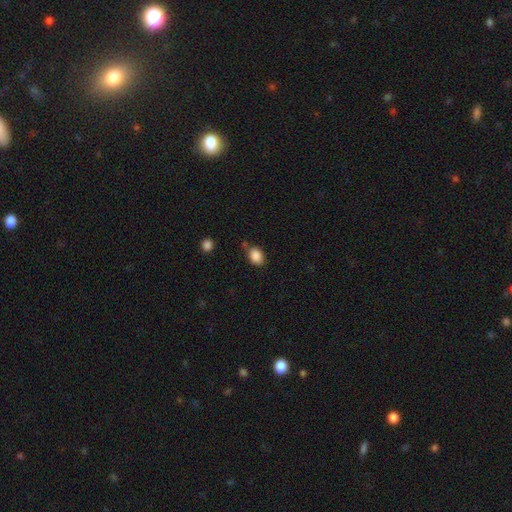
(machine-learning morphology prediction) Overall: smooth (87%). How rounded: in between (71%). Merging: none (66%).